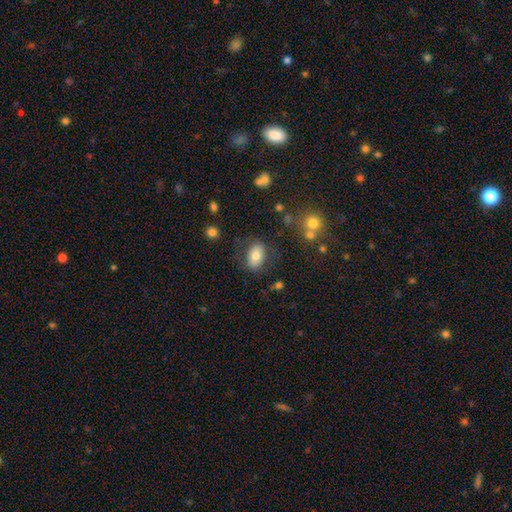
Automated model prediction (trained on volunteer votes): This appears to be a smooth galaxy with no disk features (76%) that is in between round and cigar-shaped (85%). Merging: none (77%).